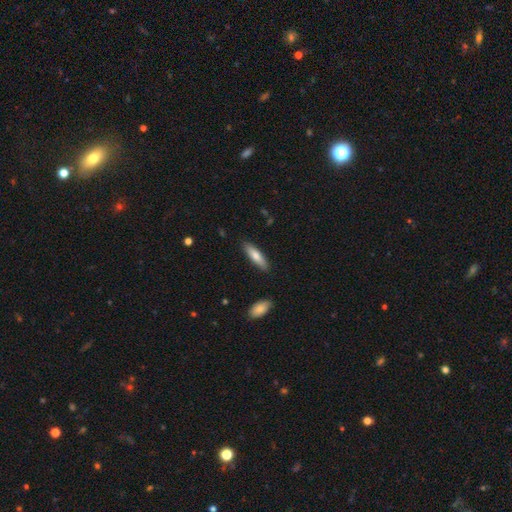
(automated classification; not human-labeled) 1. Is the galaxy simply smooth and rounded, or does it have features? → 74% smooth, 20% featured or disk, 6% star or artifact.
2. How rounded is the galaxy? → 65% cigar-shaped, 34% in between, 2% round.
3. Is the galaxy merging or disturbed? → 86% none, 10% minor disturbance, 2% major disturbance, 2% merger.